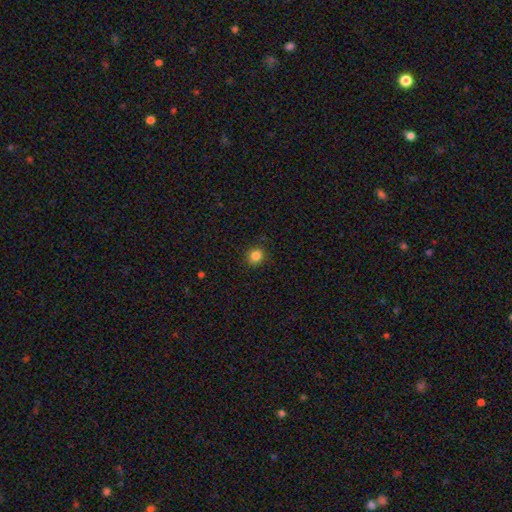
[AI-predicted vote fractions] Overall: smooth (84%). How rounded: round (84%). Merging: none (90%).